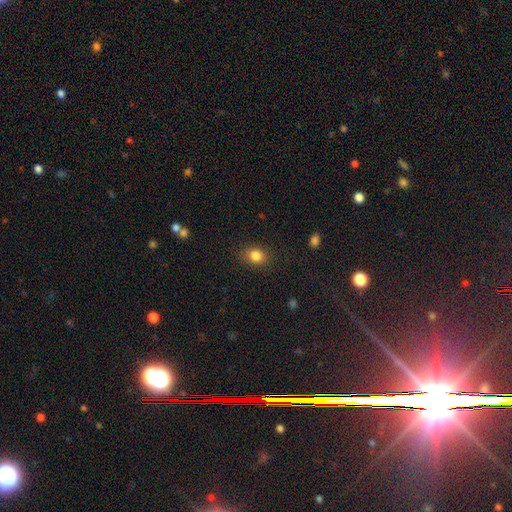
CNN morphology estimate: A smooth galaxy with no disk features (84%) that is round (55%).

Vote fractions:
- Smooth or featured? smooth: 84% / star or artifact: 11% / featured or disk: 5%
- How rounded? round: 55% / in between: 44% / cigar-shaped: 1%
- Merging? none: 84% / minor disturbance: 12% / major disturbance: 4% / merger: 1%